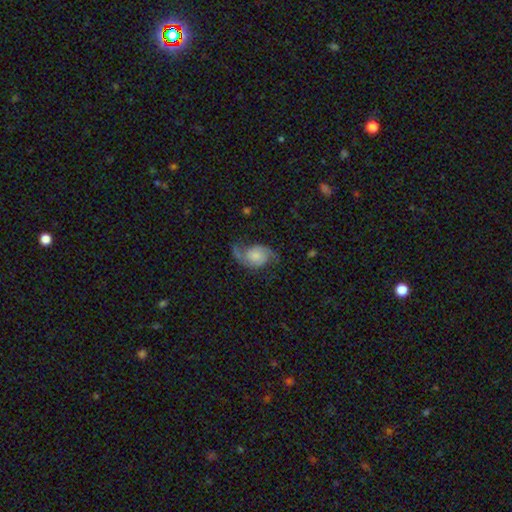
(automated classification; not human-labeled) A featured or disk galaxy (75%) with no bar (71%), 2 (92%) loose (61%) spiral arms (95%) and a small central bulge (37%). Merging: none (62%).